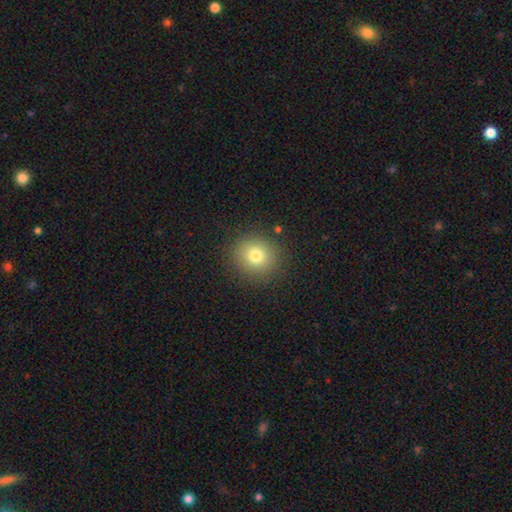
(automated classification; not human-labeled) A smooth galaxy with no disk features (77%) that is round (90%). Merging: none (89%).